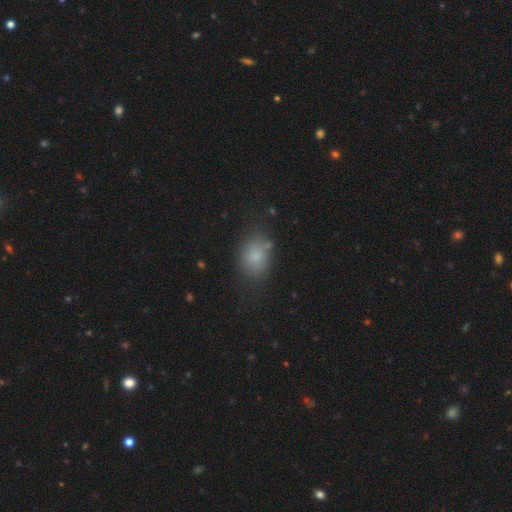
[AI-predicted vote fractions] This appears to be a smooth galaxy with no disk features (78%) that is in between round and cigar-shaped (68%). Merging: none (72%).